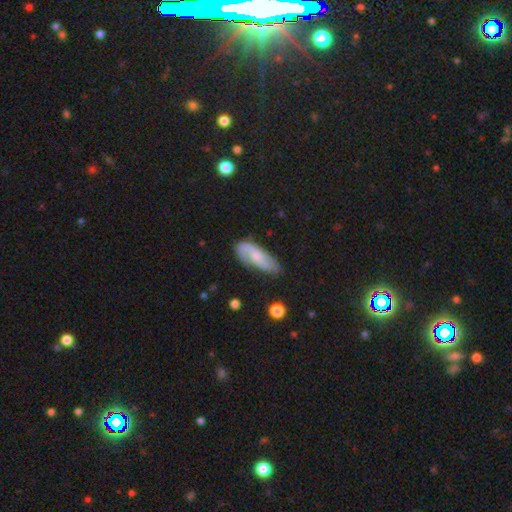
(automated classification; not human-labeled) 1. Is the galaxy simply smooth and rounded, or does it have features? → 56% featured or disk, 37% smooth, 7% star or artifact.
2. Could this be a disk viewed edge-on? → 88% no, 12% yes.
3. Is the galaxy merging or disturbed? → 67% none, 23% minor disturbance, 8% major disturbance, 3% merger.